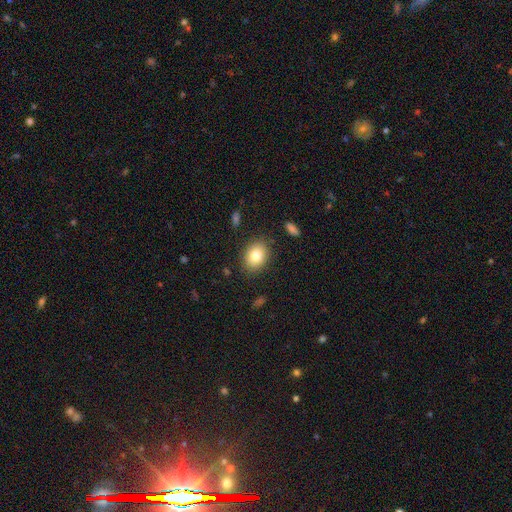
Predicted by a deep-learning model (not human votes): Smooth or featured? smooth (81%)
How rounded? in between (67%)
Merging? none (86%)